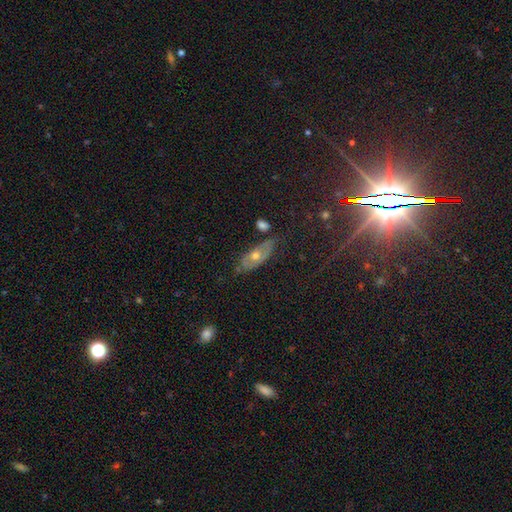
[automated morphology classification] smooth-or-featured: featured or disk: 51% | smooth: 34% | star or artifact: 15%
  disk-edge-on: no: 72% | yes: 28%
  merging: none: 71% | minor disturbance: 20% | major disturbance: 5% | merger: 4%